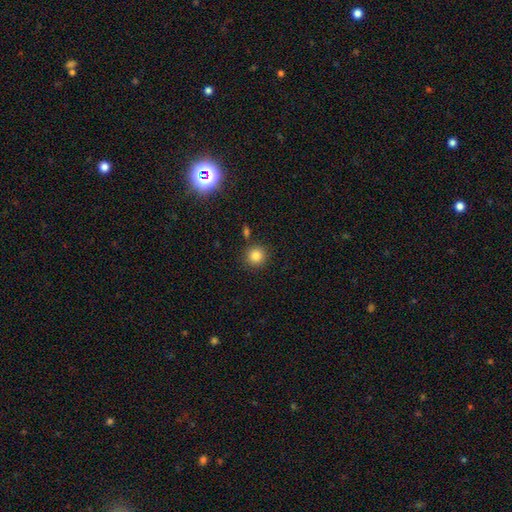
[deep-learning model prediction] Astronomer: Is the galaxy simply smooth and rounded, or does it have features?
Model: smooth — 83%.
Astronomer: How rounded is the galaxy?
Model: round — 93%.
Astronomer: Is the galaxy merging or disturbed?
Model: none — 86%.